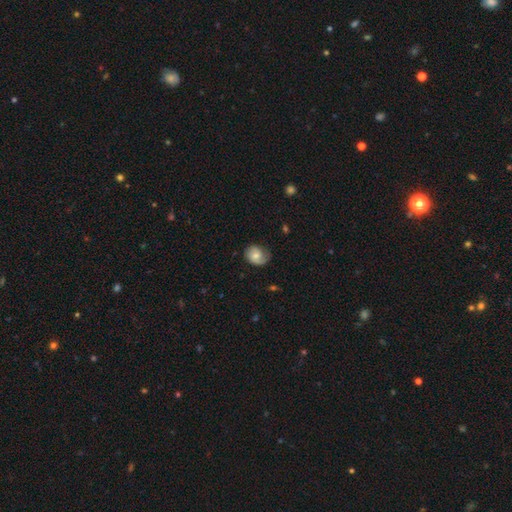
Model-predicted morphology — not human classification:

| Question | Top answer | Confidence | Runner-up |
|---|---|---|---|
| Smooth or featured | smooth | 55% | featured or disk (38%) |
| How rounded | round | 56% | in between (43%) |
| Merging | none | 62% | minor disturbance (27%) |